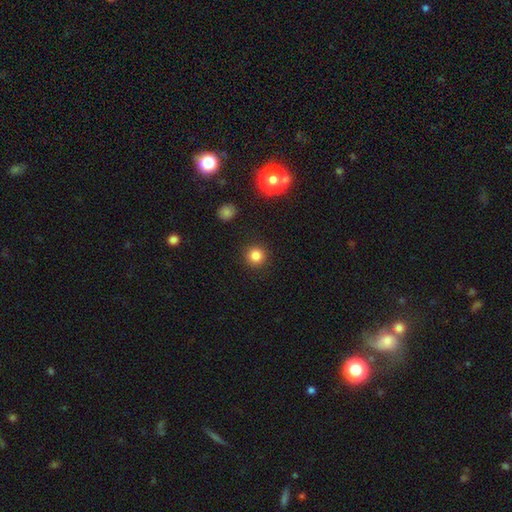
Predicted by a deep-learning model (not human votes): This is clearly a smooth galaxy (82%). How rounded: clearly round (94%). Merging: clearly none (91%).